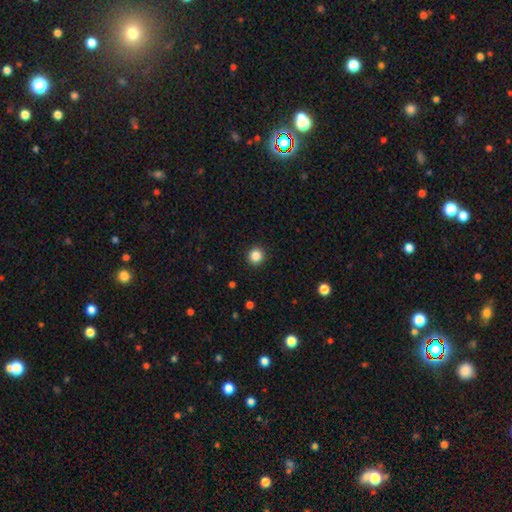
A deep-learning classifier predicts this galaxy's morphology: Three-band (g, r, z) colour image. It shows a smooth galaxy with no disk features (86%) that is round (94%). Merging: none (93%).